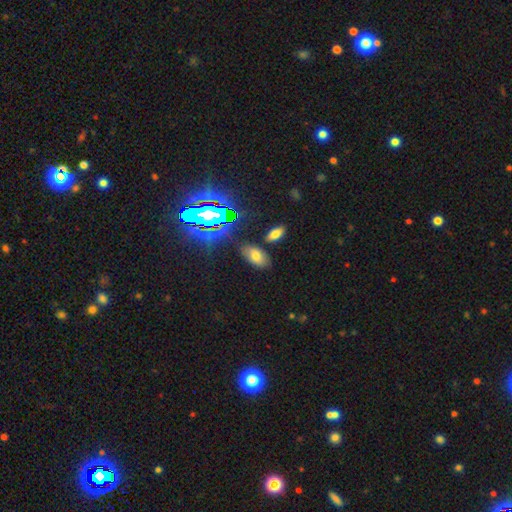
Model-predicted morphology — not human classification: The model was most divided on "smooth or featured": smooth: 65%, star or artifact: 23%, featured or disk: 12%. More confident: how rounded — in between (92%); merging — none (78%).